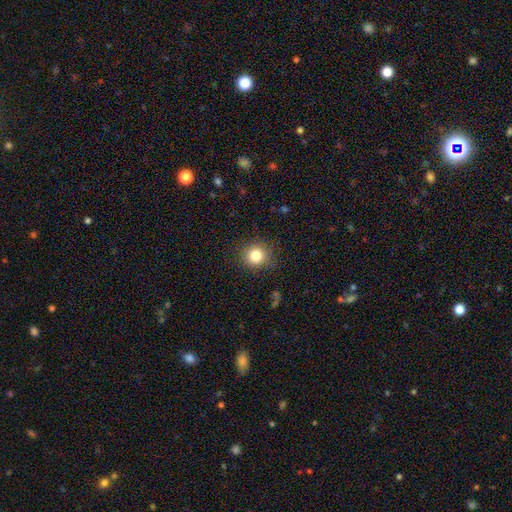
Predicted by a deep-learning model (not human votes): A smooth galaxy with no disk features (82%) that is round (90%). Merging: none (87%).